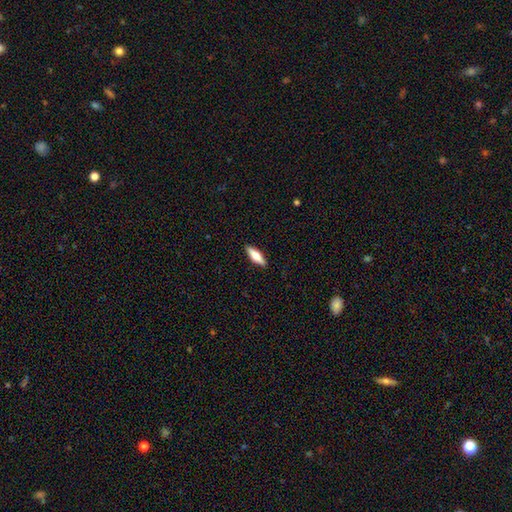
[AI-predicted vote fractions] Smooth or featured? smooth (55%)
How rounded? in between (49%, tied with cigar-shaped)
Merging? none (90%)